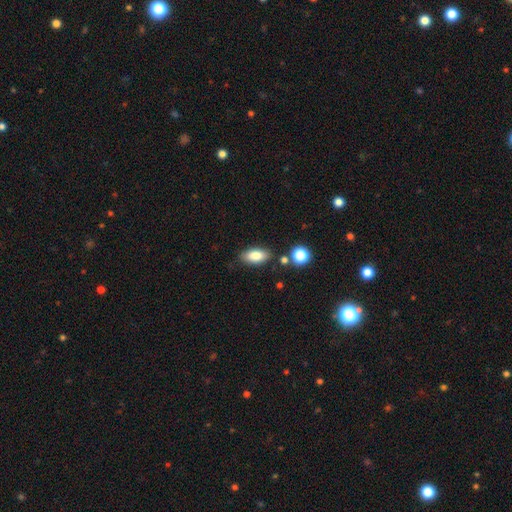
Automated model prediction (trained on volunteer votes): smooth_or_featured: smooth (p=0.84) [alt: star or artifact p=0.08]
how_rounded: in between (p=0.87) [alt: cigar-shaped p=0.09]
merging: none (p=0.80) [alt: minor disturbance p=0.12]